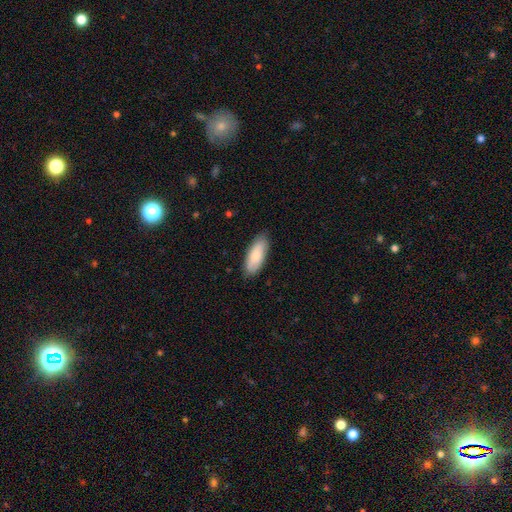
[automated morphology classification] type=smooth (80%); roundness=in between (78%); merging=none (84%).